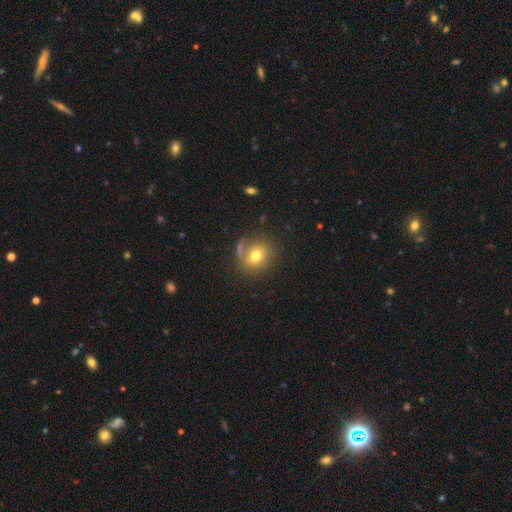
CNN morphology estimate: smooth 69%, featured or disk 20%, star or artifact 12%. Down the decision tree: how rounded — round (75%); merging — none (66%).